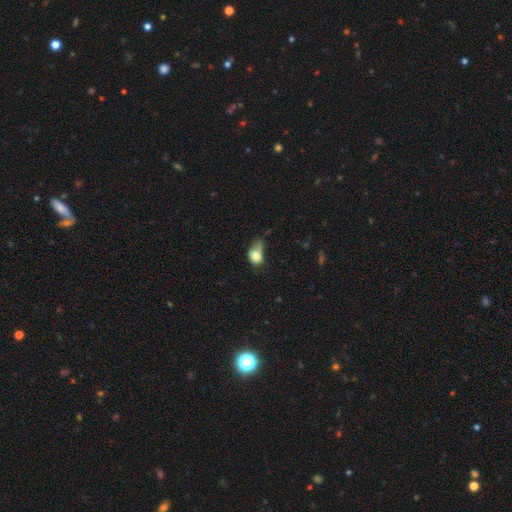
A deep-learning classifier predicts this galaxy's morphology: Smooth or featured?
  - smooth: 77% *
  - featured or disk: 13%
  - star or artifact: 10%
How rounded?
  - in between: 55% *
  - round: 43%
  - cigar-shaped: 2%
Merging?
  - major disturbance: 35% *
  - minor disturbance: 34%
  - none: 21%
  - merger: 11%